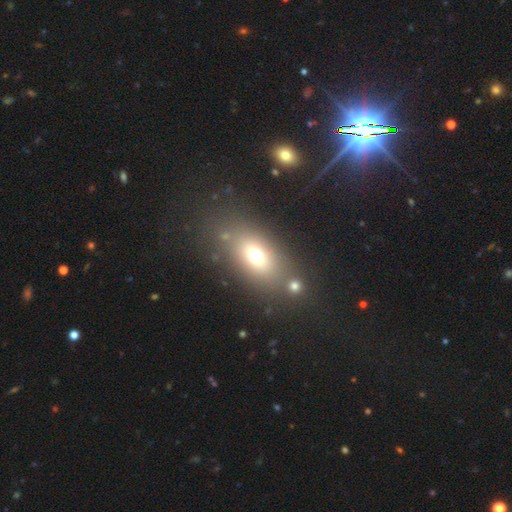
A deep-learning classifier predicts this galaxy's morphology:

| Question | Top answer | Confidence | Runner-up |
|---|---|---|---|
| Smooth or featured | smooth | 69% | featured or disk (17%) |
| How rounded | in between | 77% | round (16%) |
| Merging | none | 72% | minor disturbance (11%) |